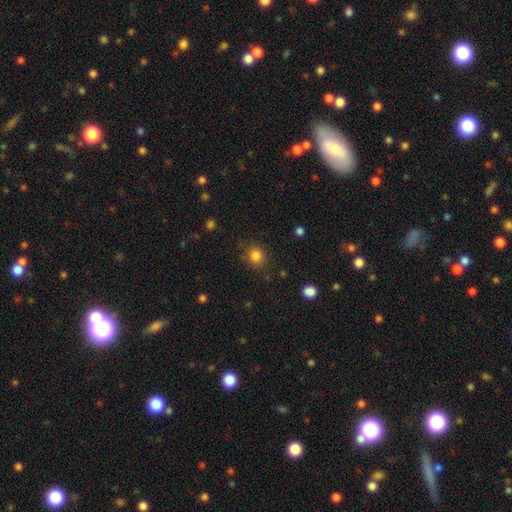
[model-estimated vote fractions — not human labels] Smooth or featured?
  - smooth: 83% *
  - star or artifact: 12%
  - featured or disk: 5%
How rounded?
  - round: 80% *
  - in between: 19%
  - cigar-shaped: 1%
Merging?
  - none: 81% *
  - minor disturbance: 13%
  - major disturbance: 4%
  - merger: 2%